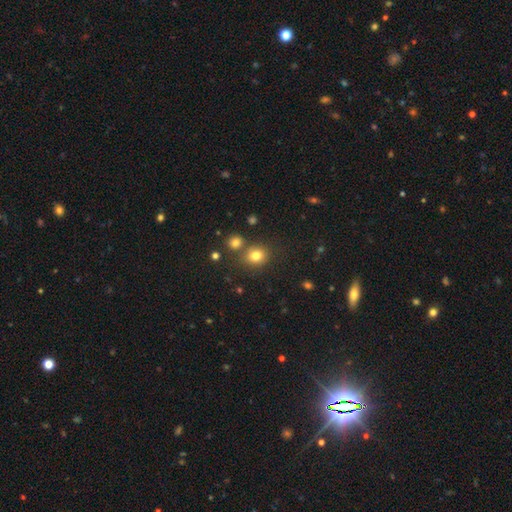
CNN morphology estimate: Smooth or featured? Predicted: smooth (p=0.78). How rounded? Predicted: round (p=0.73). Merging? Predicted: none (p=0.73).